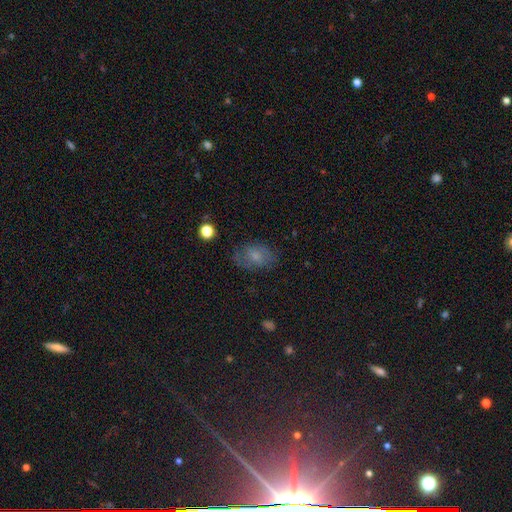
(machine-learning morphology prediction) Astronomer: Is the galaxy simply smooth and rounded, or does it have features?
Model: smooth — 60%.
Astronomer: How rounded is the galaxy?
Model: in between — 81%.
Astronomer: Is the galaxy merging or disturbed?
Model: none — 68%.